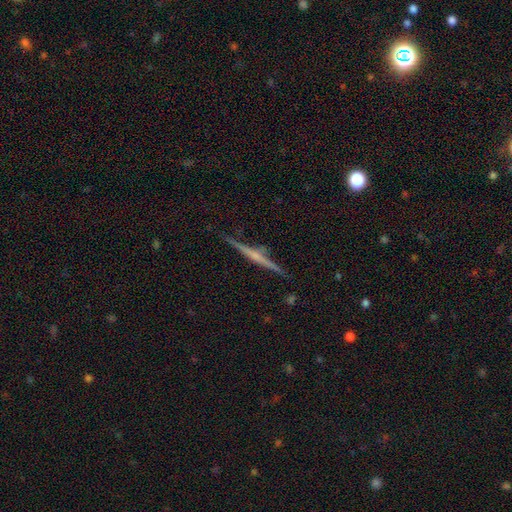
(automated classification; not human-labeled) Smooth or featured? featured or disk (79%)
Edge-on disk? yes (98%)
Edge-on bulge? rounded (65%)
Merging? none (88%)